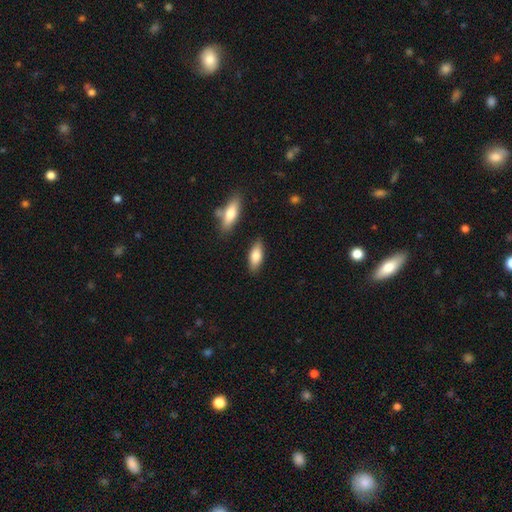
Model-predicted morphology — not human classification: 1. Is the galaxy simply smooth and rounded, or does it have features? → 80% smooth, 14% featured or disk, 6% star or artifact.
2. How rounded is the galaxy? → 79% in between, 19% cigar-shaped, 2% round.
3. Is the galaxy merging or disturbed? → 83% none, 11% minor disturbance, 3% merger, 2% major disturbance.